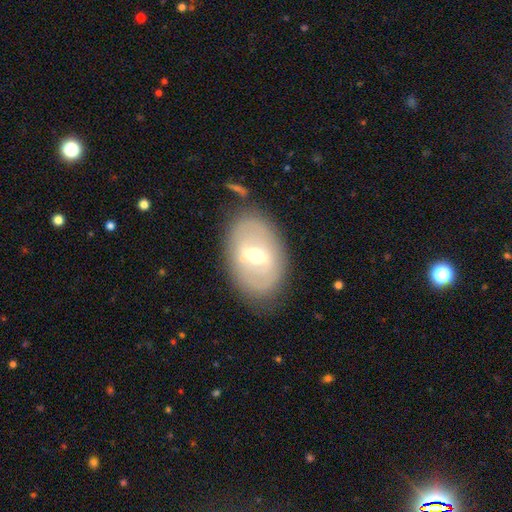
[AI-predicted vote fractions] A featured or disk galaxy (67%) with a weak bar (44%), no spiral arms (64%) and a moderate central bulge (69%). Merging: none (77%).